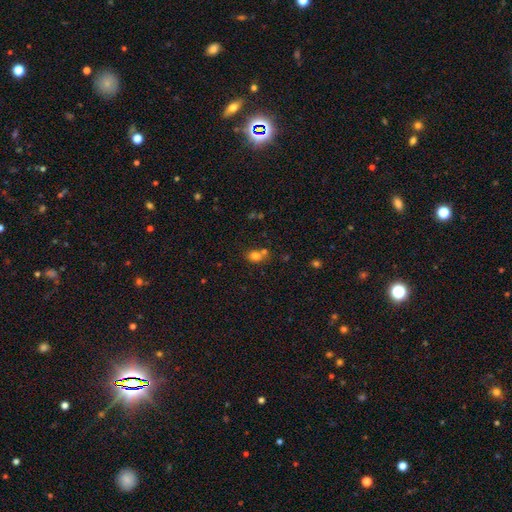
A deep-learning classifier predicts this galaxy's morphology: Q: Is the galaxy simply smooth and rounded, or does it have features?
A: smooth — 77%.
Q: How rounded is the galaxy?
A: in between — 50%.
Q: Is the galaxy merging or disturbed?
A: none — 49%.